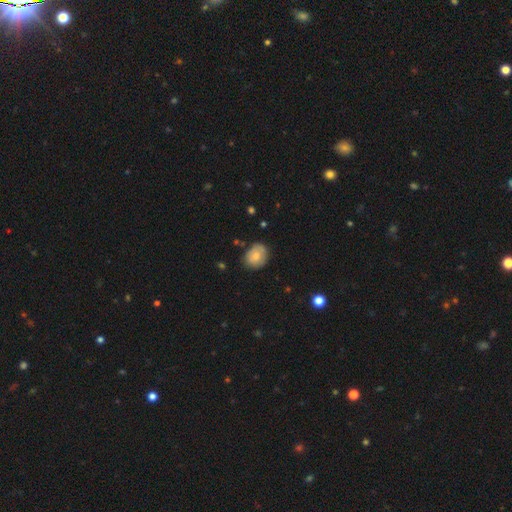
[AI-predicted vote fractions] smooth_or_featured: smooth (p=0.73) [alt: featured or disk p=0.19]
how_rounded: round (p=0.51) [alt: in between p=0.48]
merging: none (p=0.72) [alt: minor disturbance p=0.22]